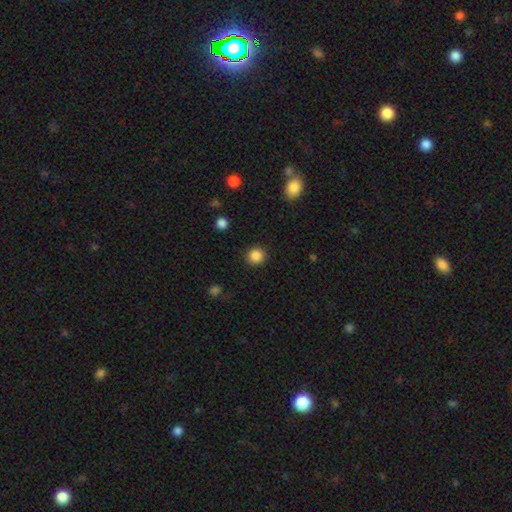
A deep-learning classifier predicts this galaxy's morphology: This appears to be a smooth galaxy with no disk features (86%) that is round (92%). Merging: none (91%).